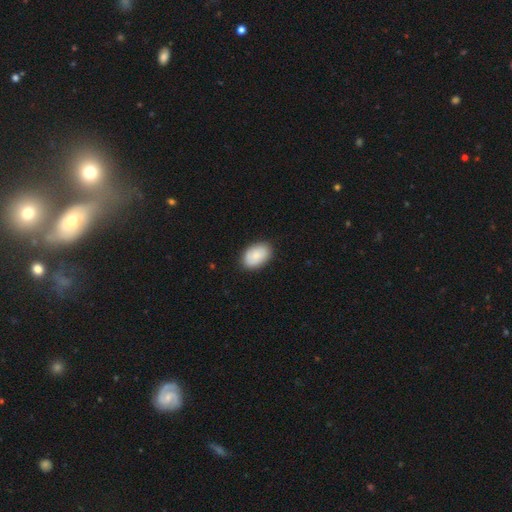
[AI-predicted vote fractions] Morphology: type=smooth (84%); roundness=in between (89%); merging=none (86%).